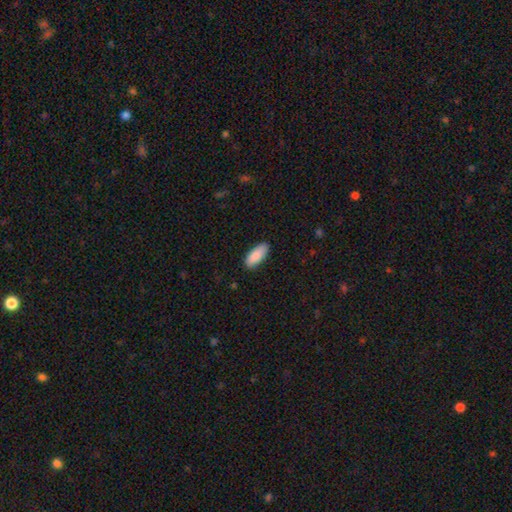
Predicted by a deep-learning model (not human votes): The model was most divided on "how rounded": in between: 84%, cigar-shaped: 14%, round: 2%. More confident: smooth or featured — smooth (90%); merging — none (87%).